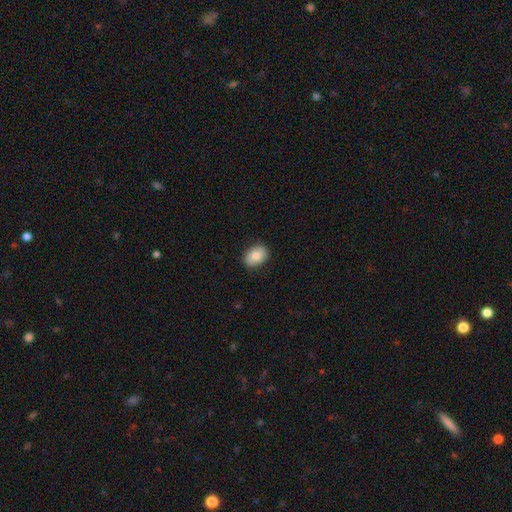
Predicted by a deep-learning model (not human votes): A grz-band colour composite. It shows a smooth galaxy with no disk features (83%) that is in between round and cigar-shaped (78%). Merging: none (88%).